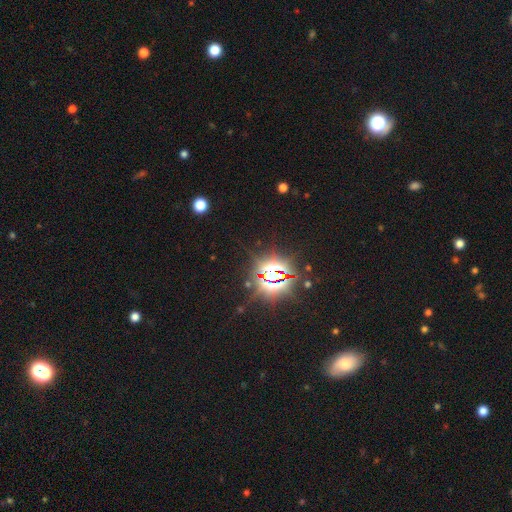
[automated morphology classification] Q: Smooth or featured?
A: star or artifact (81%); runner-up: smooth (12%)